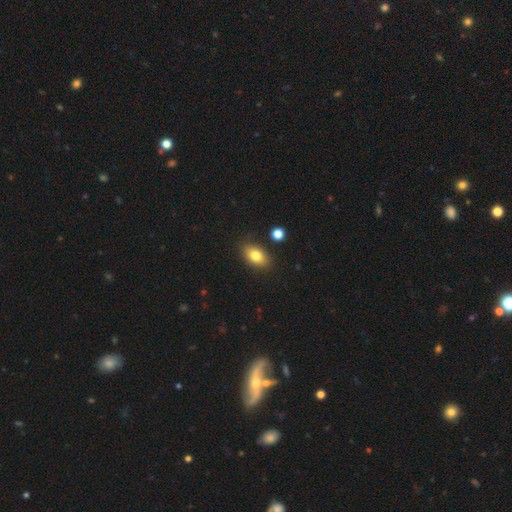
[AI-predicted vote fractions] This appears to be a smooth galaxy with no disk features (80%) that is in between round and cigar-shaped (85%). Merging: none (84%).